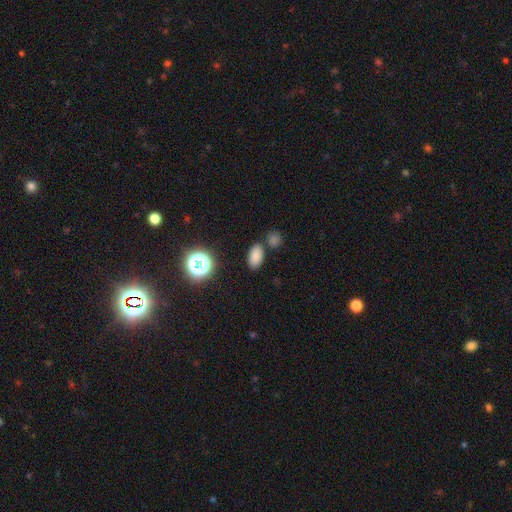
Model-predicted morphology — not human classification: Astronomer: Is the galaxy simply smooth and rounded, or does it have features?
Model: smooth — 82%.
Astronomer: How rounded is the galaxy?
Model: in between — 90%.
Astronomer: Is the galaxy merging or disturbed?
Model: none — 80%.